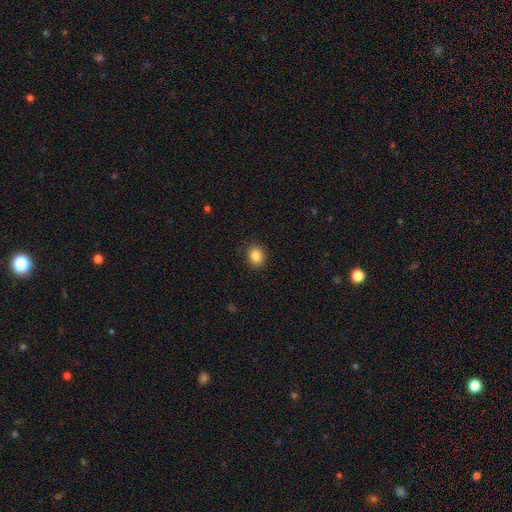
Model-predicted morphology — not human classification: This is clearly a smooth galaxy (86%). How rounded: possibly round (55%). Merging: clearly none (89%).